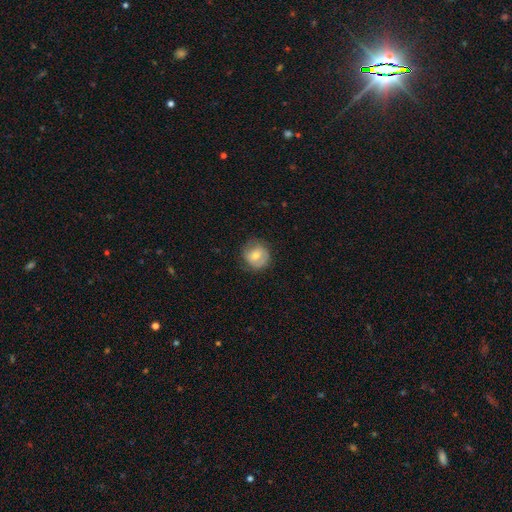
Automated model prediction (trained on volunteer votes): smooth_or_featured: smooth (p=0.62) [alt: featured or disk p=0.29]
how_rounded: round (p=0.88) [alt: in between p=0.11]
merging: none (p=0.75) [alt: minor disturbance p=0.18]